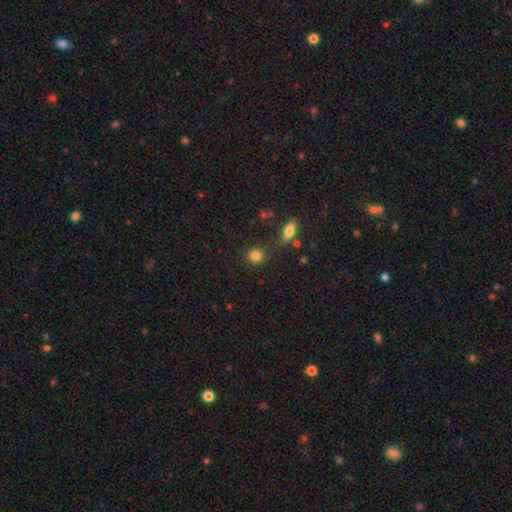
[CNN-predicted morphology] Smooth or featured?
  - smooth: 83% *
  - star or artifact: 11%
  - featured or disk: 6%
How rounded?
  - round: 84% *
  - in between: 14%
  - cigar-shaped: 1%
Merging?
  - none: 77% *
  - minor disturbance: 11%
  - merger: 8%
  - major disturbance: 4%